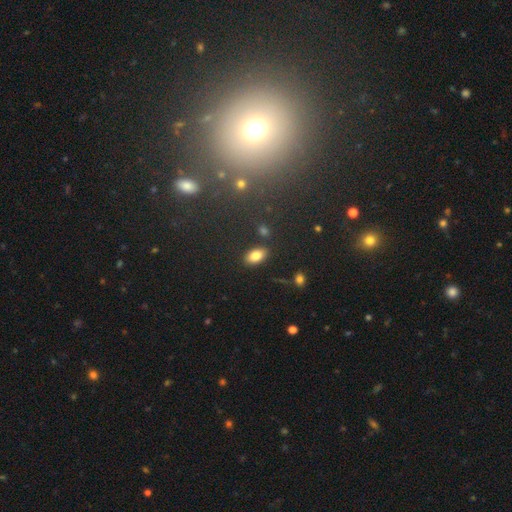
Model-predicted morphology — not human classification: Q: Smooth or featured?
A: smooth (83%); runner-up: star or artifact (9%)
Q: How rounded?
A: in between (92%); runner-up: round (6%)
Q: Merging?
A: none (85%); runner-up: minor disturbance (9%)